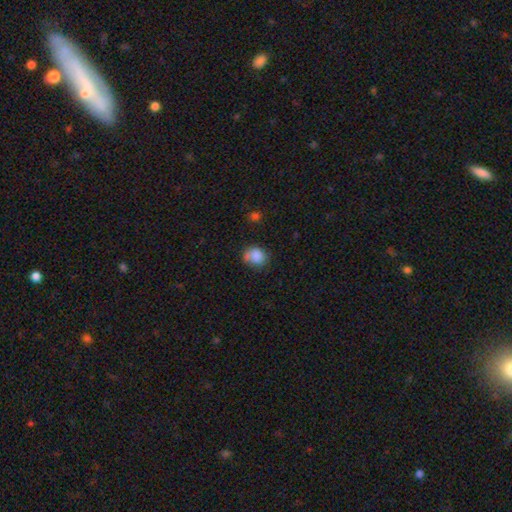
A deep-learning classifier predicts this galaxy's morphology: smooth_or_featured: smooth (p=0.83) [alt: star or artifact p=0.09]
how_rounded: round (p=0.69) [alt: in between p=0.30]
merging: none (p=0.57) [alt: minor disturbance p=0.26]